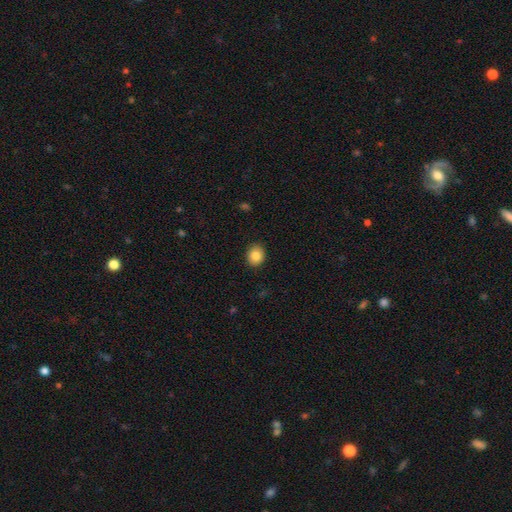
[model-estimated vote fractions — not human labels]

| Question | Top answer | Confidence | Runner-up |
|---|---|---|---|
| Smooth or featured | smooth | 85% | star or artifact (9%) |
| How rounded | round | 66% | in between (33%) |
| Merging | none | 90% | minor disturbance (7%) |